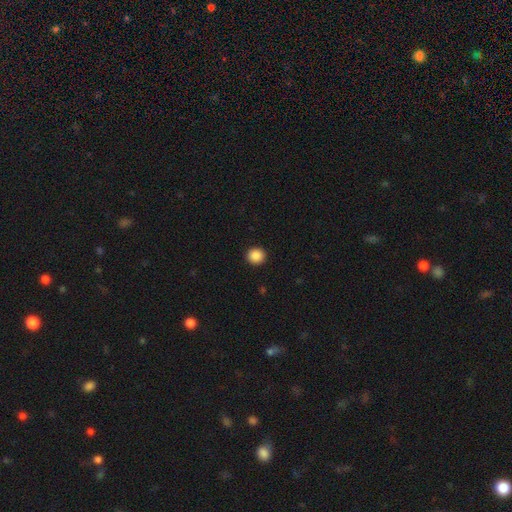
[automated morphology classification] Smooth or featured? Predicted: smooth (p=0.88). How rounded? Predicted: round (p=0.92). Merging? Predicted: none (p=0.93).